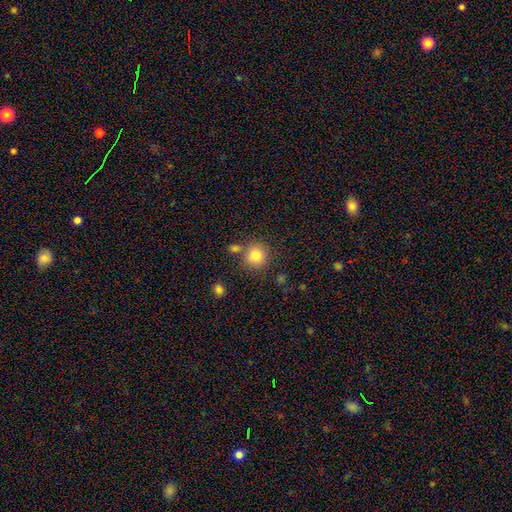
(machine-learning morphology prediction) type=smooth (81%); roundness=round (90%); merging=none (74%).